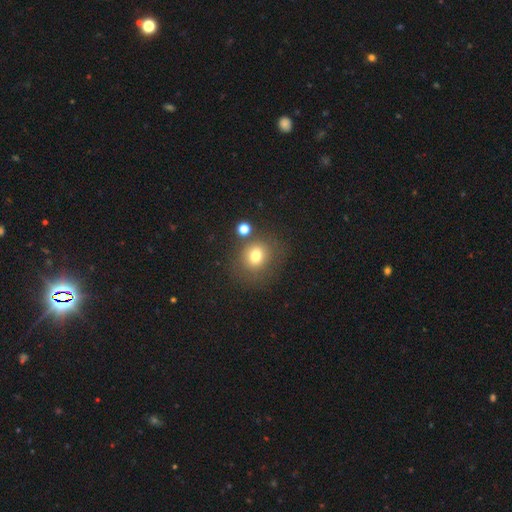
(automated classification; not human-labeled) Smooth or featured? smooth (74%)
How rounded? round (77%)
Merging? none (71%)